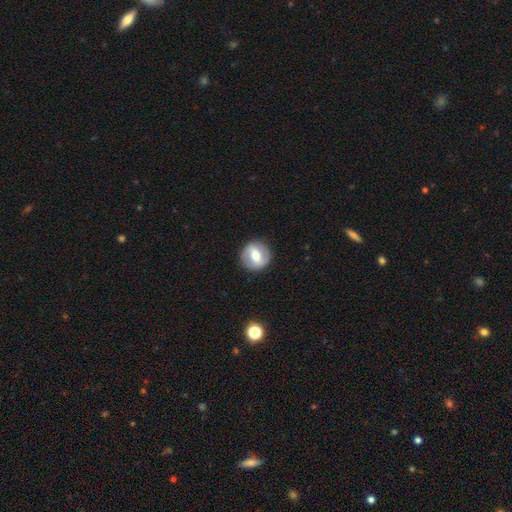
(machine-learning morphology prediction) This appears to be a featured or disk galaxy (50%). Merging: none (89%).